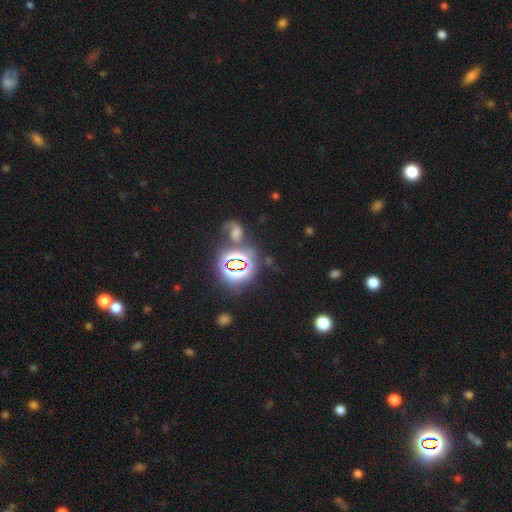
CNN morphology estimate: star or artifact 78%, smooth 14%, featured or disk 8%.